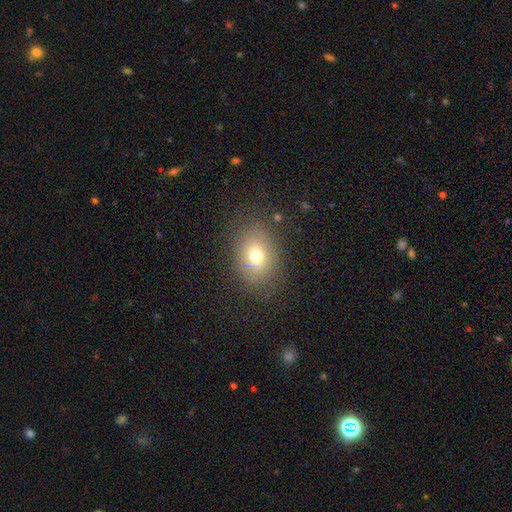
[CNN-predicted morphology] smooth_or_featured: smooth (p=0.71) [alt: featured or disk p=0.16]
how_rounded: in between (p=0.64) [alt: round p=0.35]
merging: none (p=0.79) [alt: minor disturbance p=0.14]